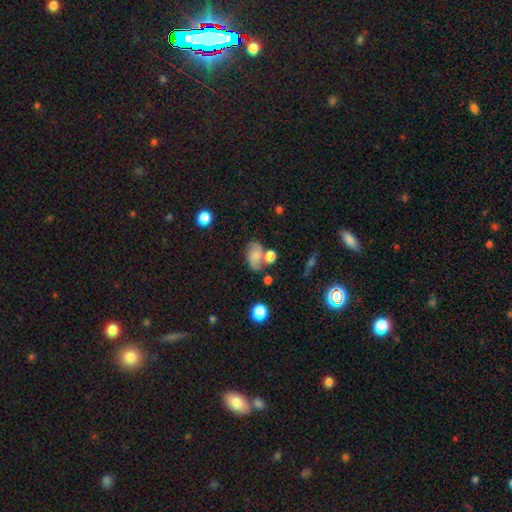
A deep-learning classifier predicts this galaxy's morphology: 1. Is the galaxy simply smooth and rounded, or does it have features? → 53% smooth, 35% featured or disk, 12% star or artifact.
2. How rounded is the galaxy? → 80% in between, 18% round, 2% cigar-shaped.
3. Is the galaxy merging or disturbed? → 41% none, 26% merger, 21% minor disturbance, 12% major disturbance.